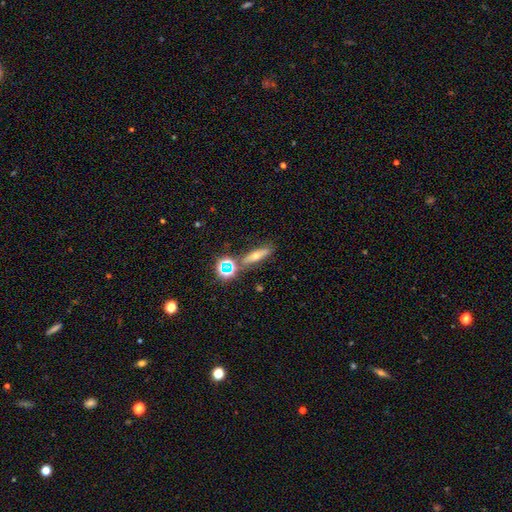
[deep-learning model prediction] smooth_or_featured: featured or disk (p=0.46) [alt: smooth p=0.36]
merging: none (p=0.66) [alt: merger p=0.18]